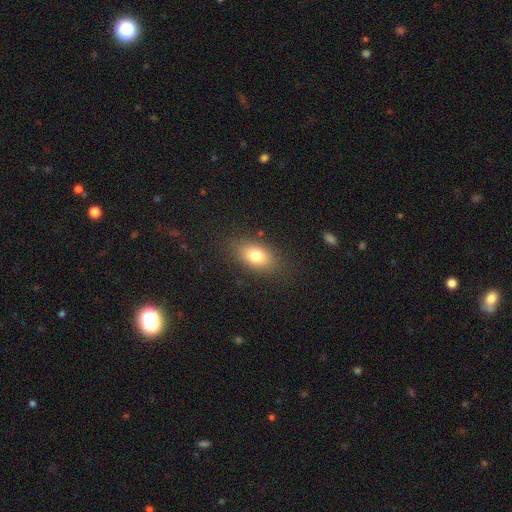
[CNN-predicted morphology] Smooth or featured? Predicted: smooth (p=0.78). How rounded? Predicted: in between (p=0.85). Merging? Predicted: none (p=0.82).